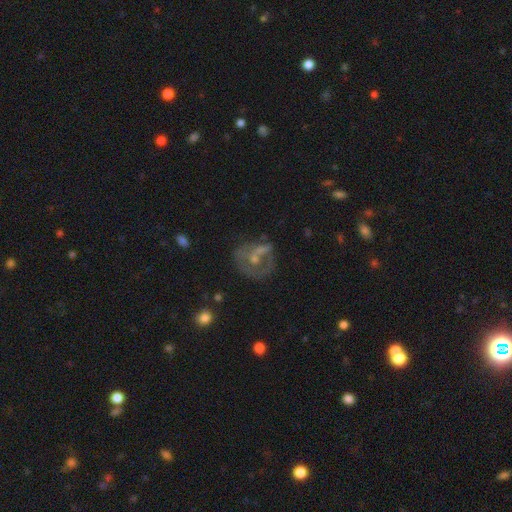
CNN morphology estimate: Q: Smooth or featured?
A: featured or disk (59%); runner-up: smooth (27%)
Q: Edge-on disk?
A: no (97%); runner-up: yes (3%)
Q: Bar?
A: no (74%); runner-up: weak (20%)
Q: Spiral arms?
A: no (70%); runner-up: yes (30%)
Q: Bulge size?
A: small (45%); runner-up: moderate (37%)
Q: Merging?
A: none (41%); runner-up: major disturbance (27%)